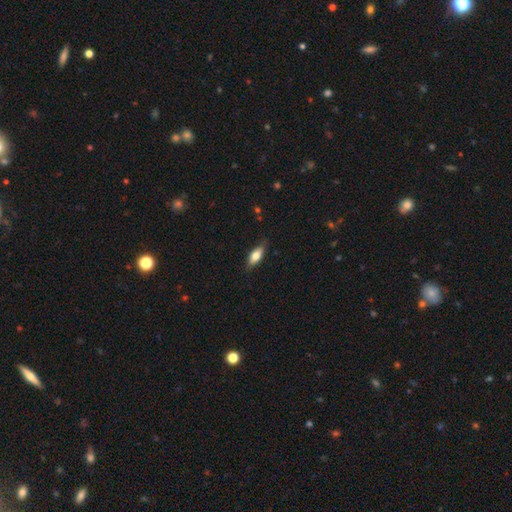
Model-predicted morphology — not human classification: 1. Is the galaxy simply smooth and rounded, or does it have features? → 70% smooth, 24% featured or disk, 7% star or artifact.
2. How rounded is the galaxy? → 74% in between, 23% cigar-shaped, 3% round.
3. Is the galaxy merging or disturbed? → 81% none, 15% minor disturbance, 3% major disturbance, 1% merger.